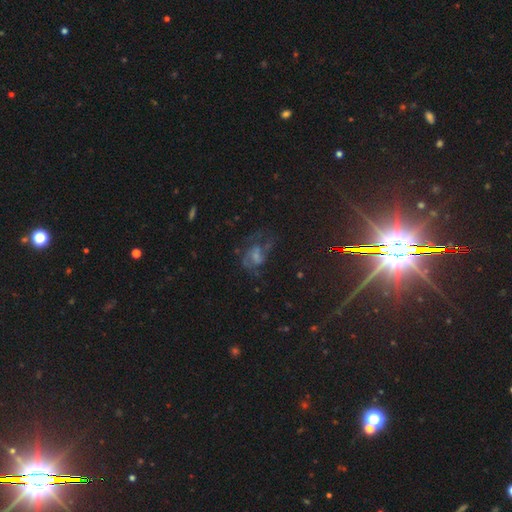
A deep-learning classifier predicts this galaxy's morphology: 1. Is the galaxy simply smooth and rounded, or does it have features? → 52% featured or disk, 29% smooth, 19% star or artifact.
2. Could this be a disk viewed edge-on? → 97% no, 3% yes.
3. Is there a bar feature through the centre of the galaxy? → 59% no, 33% weak, 8% strong.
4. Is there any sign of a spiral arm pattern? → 65% yes, 35% no.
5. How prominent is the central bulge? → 33% small, 29% moderate, 28% none, 8% large, 2% dominant.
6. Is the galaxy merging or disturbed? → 39% major disturbance, 35% none, 20% minor disturbance, 5% merger.